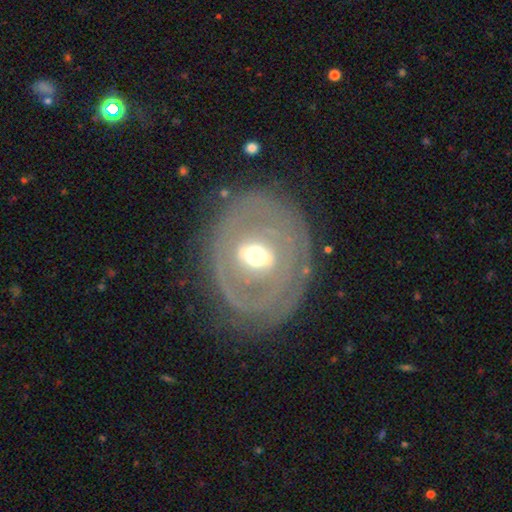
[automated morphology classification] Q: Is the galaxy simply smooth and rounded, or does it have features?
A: featured or disk — 74%.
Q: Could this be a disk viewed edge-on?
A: no — 94%.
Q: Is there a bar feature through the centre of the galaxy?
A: weak — 38%.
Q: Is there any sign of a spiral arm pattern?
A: no — 55%.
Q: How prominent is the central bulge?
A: moderate — 66%.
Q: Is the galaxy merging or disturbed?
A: none — 75%.